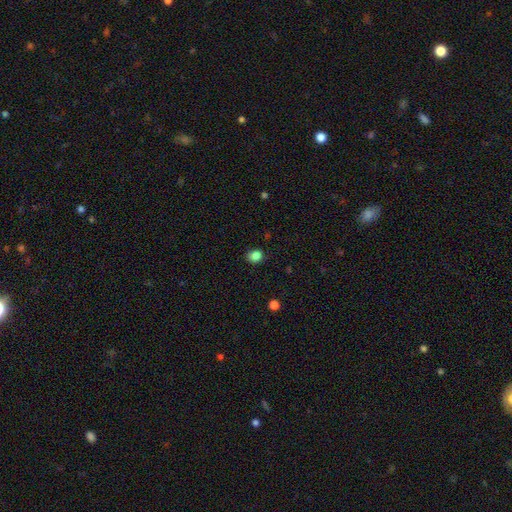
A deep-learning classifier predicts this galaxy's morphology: This is clearly a smooth galaxy (85%). How rounded: likely round (64%). Merging: clearly none (84%).